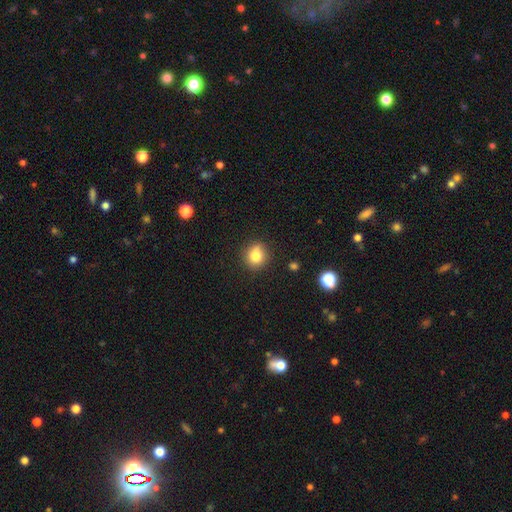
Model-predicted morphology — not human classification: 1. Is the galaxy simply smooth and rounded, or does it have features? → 81% smooth, 11% star or artifact, 8% featured or disk.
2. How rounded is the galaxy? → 82% round, 17% in between, 1% cigar-shaped.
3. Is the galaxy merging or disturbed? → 81% none, 13% minor disturbance, 3% merger, 3% major disturbance.